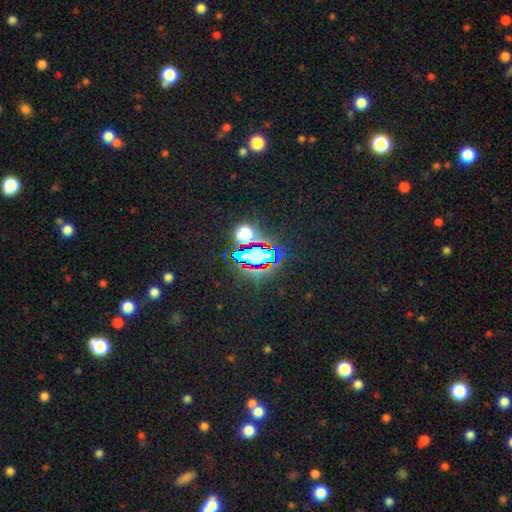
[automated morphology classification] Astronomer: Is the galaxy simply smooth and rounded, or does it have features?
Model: star or artifact — 71%.